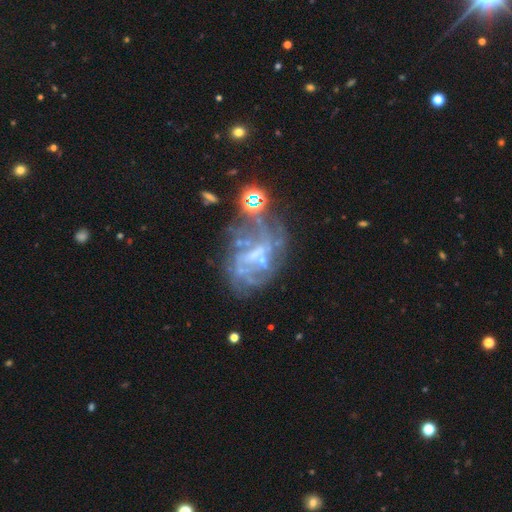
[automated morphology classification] Smooth or featured? featured or disk (75%)
Edge-on disk? no (98%)
Bar? weak (42%)
Spiral arms? yes (58%)
Bulge size? none (41%)
Merging? none (38%)